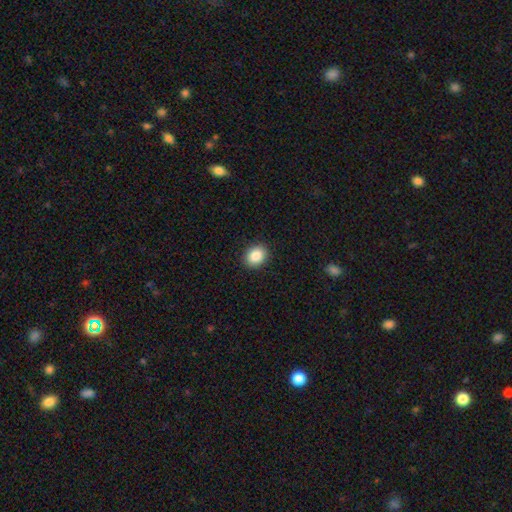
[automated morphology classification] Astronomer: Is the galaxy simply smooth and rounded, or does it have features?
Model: smooth — 87%.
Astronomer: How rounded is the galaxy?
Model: round — 55% (runner-up: in between, 44%).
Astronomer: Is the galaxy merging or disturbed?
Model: none — 91%.